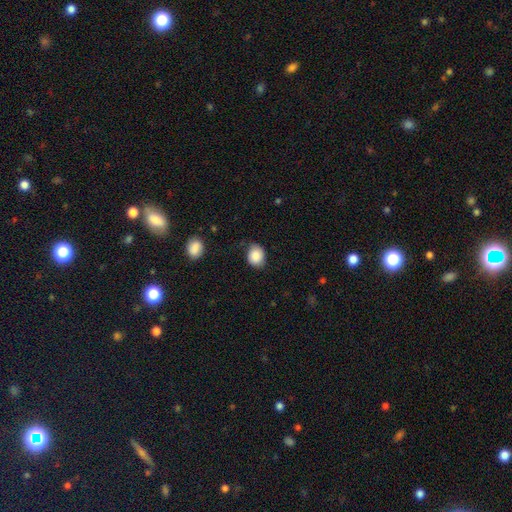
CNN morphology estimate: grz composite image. It shows a smooth galaxy with no disk features (87%) that is round (56%). Merging: none (77%).